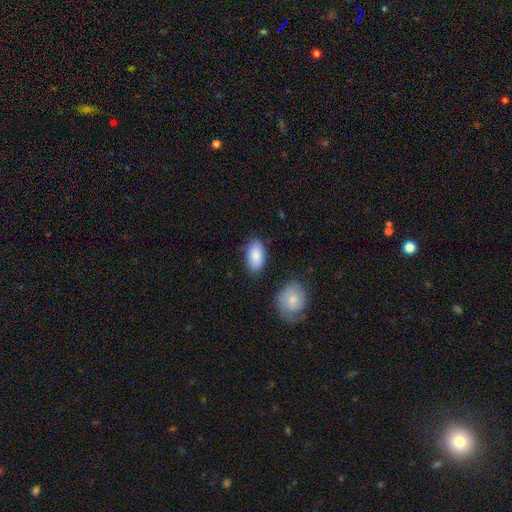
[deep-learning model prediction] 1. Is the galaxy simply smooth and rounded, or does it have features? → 86% smooth, 8% featured or disk, 6% star or artifact.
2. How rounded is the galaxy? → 93% in between, 5% round, 2% cigar-shaped.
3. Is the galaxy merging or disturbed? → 79% none, 13% minor disturbance, 5% merger, 3% major disturbance.